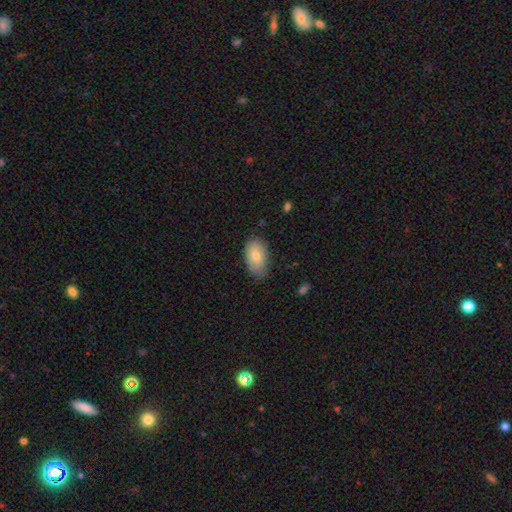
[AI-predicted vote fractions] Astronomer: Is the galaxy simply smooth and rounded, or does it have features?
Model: smooth — 75%.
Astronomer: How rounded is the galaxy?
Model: in between — 93%.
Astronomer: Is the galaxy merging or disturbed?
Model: none — 75%.